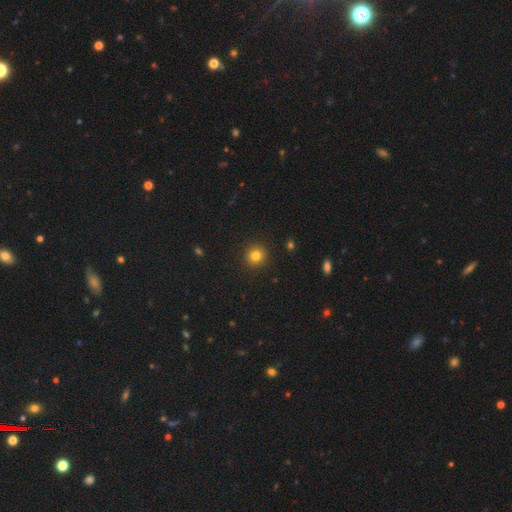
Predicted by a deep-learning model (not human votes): smooth-or-featured: smooth: 82% | star or artifact: 12% | featured or disk: 6%
  how-rounded: round: 91% | in between: 8% | cigar-shaped: 1%
  merging: none: 92% | minor disturbance: 5% | major disturbance: 2% | merger: 1%